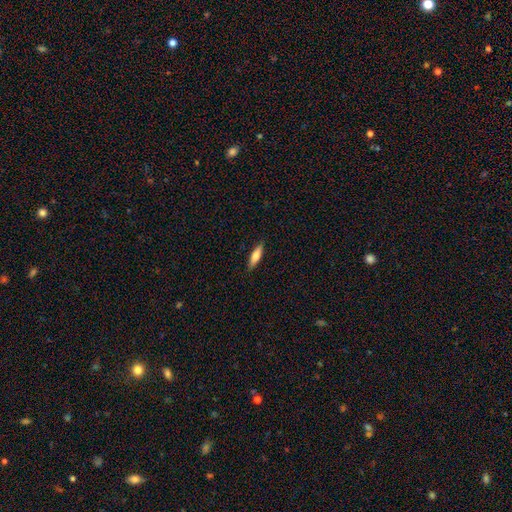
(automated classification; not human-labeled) smooth_or_featured: smooth (p=0.71) [alt: featured or disk p=0.23]
how_rounded: cigar-shaped (p=0.63) [alt: in between p=0.35]
merging: none (p=0.88) [alt: minor disturbance p=0.09]